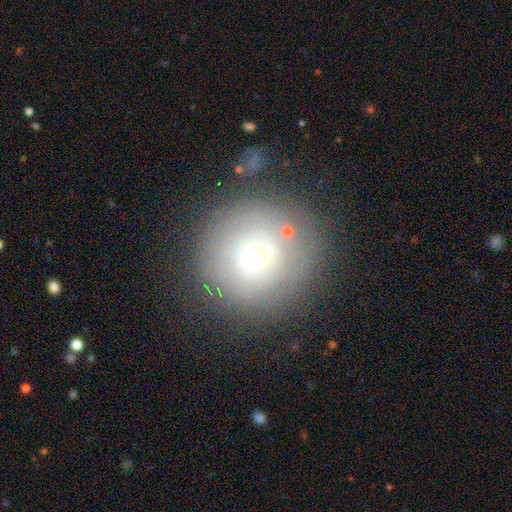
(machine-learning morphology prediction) Smooth or featured: smooth — 56% (featured or disk — 31%)
How rounded: round — 95% (in between — 4%)
Merging: none — 76% (minor disturbance — 12%)